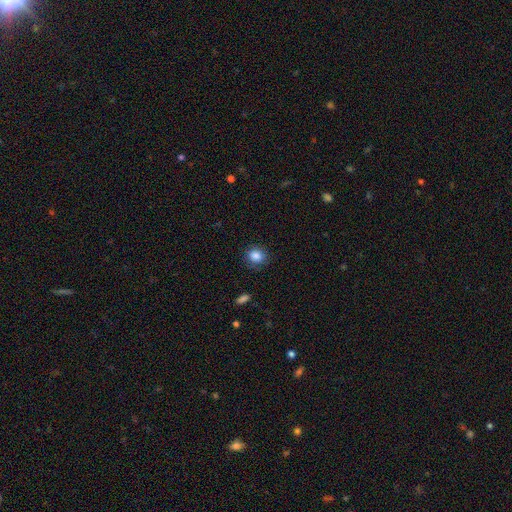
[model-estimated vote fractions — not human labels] Smooth or featured: smooth — 85% (star or artifact — 10%)
How rounded: round — 70% (in between — 29%)
Merging: none — 82% (minor disturbance — 13%)